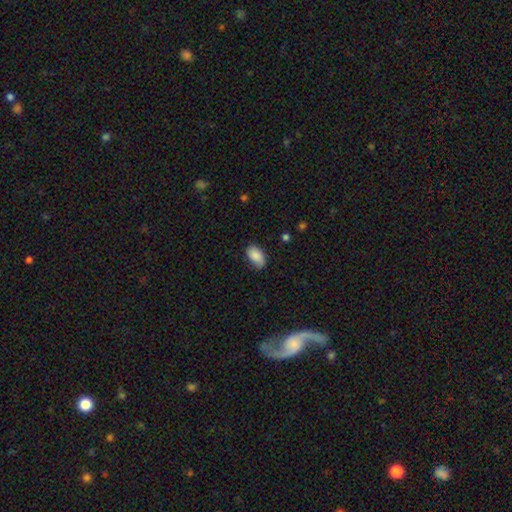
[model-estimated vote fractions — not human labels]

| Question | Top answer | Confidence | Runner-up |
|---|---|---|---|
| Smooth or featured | smooth | 85% | featured or disk (8%) |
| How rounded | in between | 93% | round (5%) |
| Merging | none | 72% | minor disturbance (23%) |